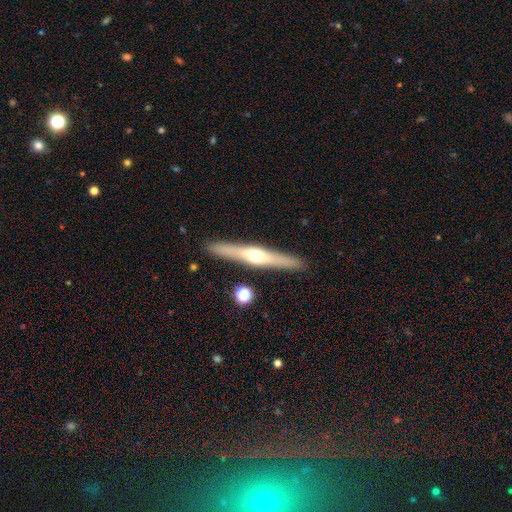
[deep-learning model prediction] This appears to be a featured or disk galaxy (65%) viewed edge-on (95%) with a rounded central bulge (91%). Merging: none (90%).